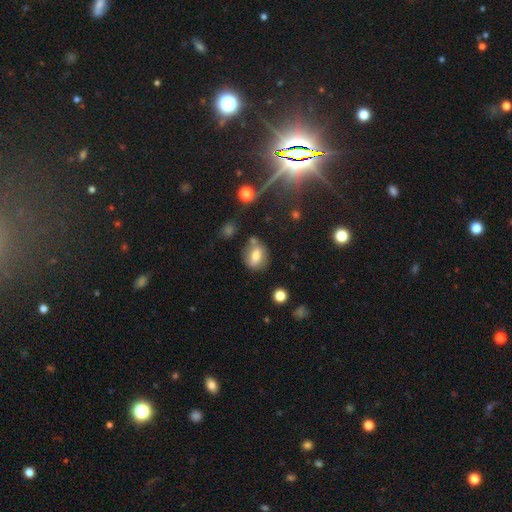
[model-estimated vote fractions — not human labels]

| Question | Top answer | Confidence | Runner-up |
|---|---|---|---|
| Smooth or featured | smooth | 66% | featured or disk (24%) |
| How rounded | in between | 52% | round (44%) |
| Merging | none | 70% | minor disturbance (15%) |